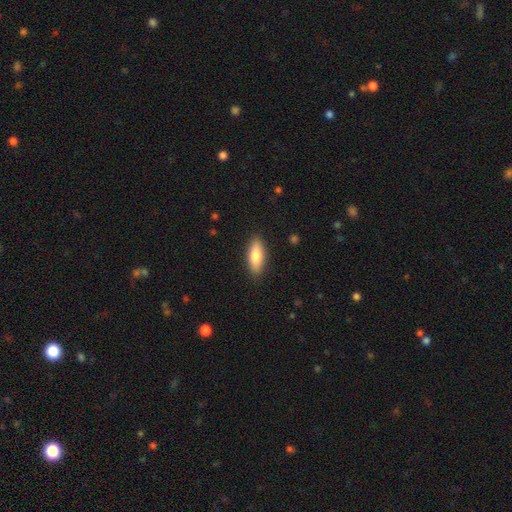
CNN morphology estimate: type=smooth (80%); roundness=in between (72%); merging=none (88%).